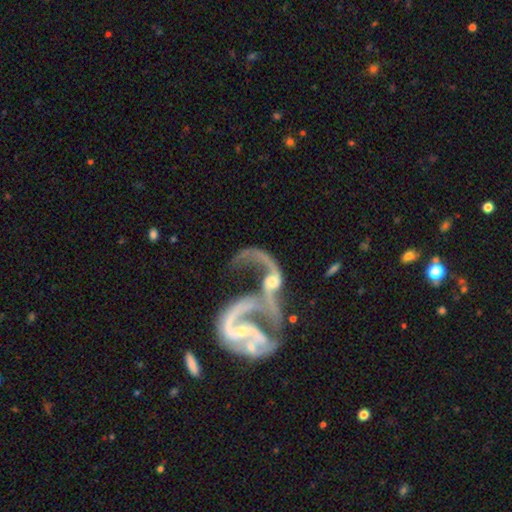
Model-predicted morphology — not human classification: smooth_or_featured: featured or disk (p=0.83) [alt: smooth p=0.08]
disk_edge_on: no (p=0.97) [alt: yes p=0.03]
bar: no (p=0.57) [alt: weak p=0.30]
has_spiral_arms: yes (p=0.85) [alt: no p=0.15]
spiral_winding: loose (p=0.73) [alt: medium p=0.21]
spiral_arm_count: 2 (p=0.68) [alt: 1 p=0.15]
bulge_size: small (p=0.49) [alt: moderate p=0.33]
merging: merger (p=0.65) [alt: major disturbance p=0.20]